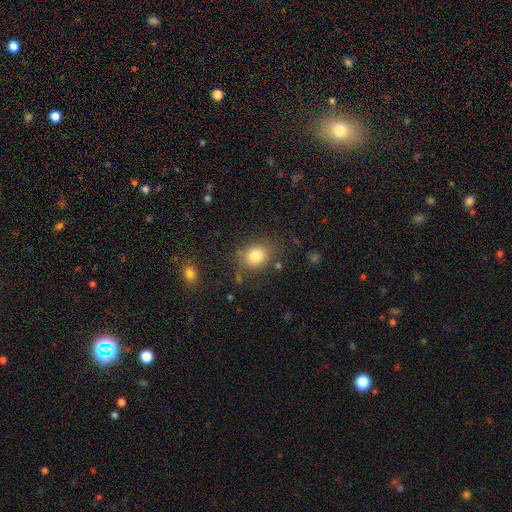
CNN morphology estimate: This appears to be a smooth galaxy with no disk features (81%) that is round (58%). Merging: none (77%).